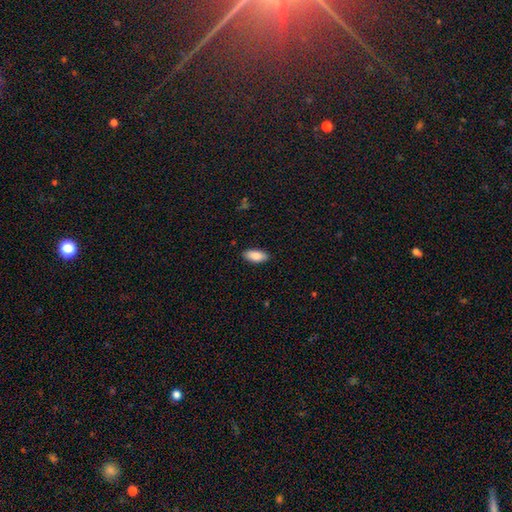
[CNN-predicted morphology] Smooth or featured? Predicted: smooth (p=0.88). How rounded? Predicted: in between (p=0.88). Merging? Predicted: none (p=0.88).